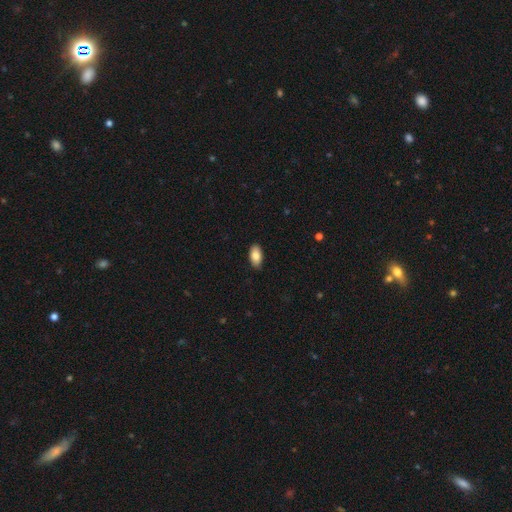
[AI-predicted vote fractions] Smooth or featured?
  - smooth: 84% *
  - featured or disk: 9%
  - star or artifact: 7%
How rounded?
  - in between: 94% *
  - cigar-shaped: 3%
  - round: 3%
Merging?
  - none: 88% *
  - minor disturbance: 10%
  - major disturbance: 2%
  - merger: 1%